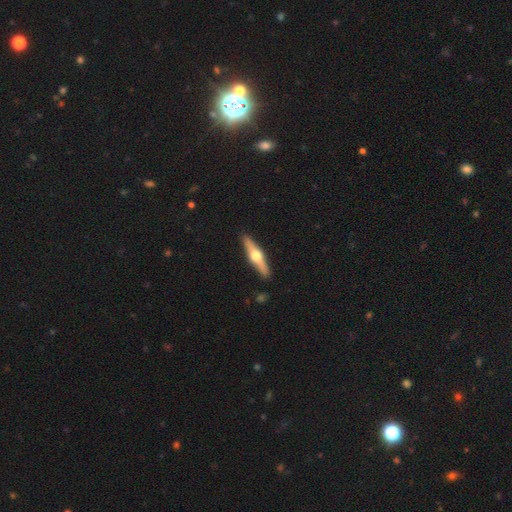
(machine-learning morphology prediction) The model was most divided on "smooth or featured": featured or disk: 69%, smooth: 26%, star or artifact: 5%. More confident: edge-on disk — yes (96%); edge-on bulge — rounded (96%); merging — none (91%).